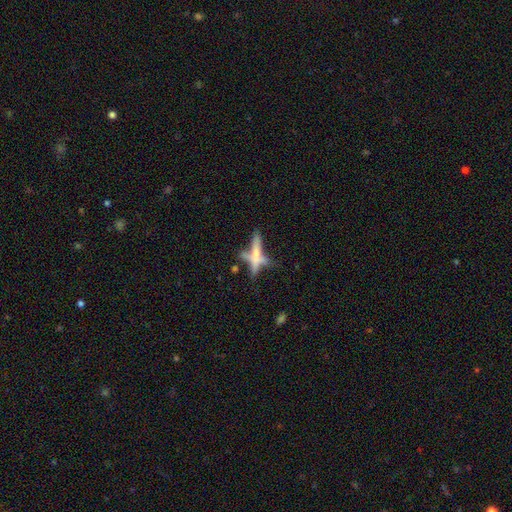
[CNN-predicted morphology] Smooth or featured?
  - smooth: 47% *
  - featured or disk: 42%
  - star or artifact: 11%
Merging?
  - none: 41% *
  - merger: 35%
  - minor disturbance: 14%
  - major disturbance: 11%